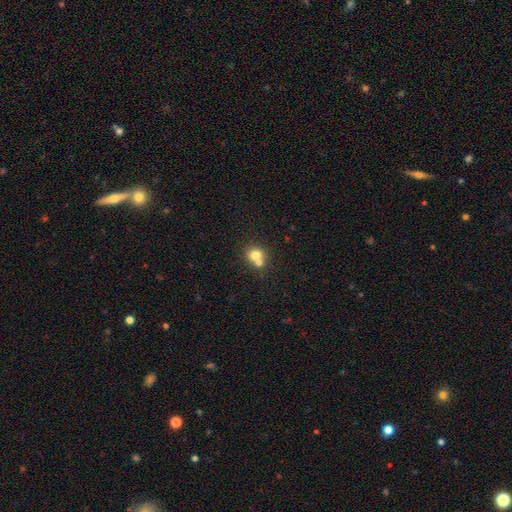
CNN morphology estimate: smooth 74%, featured or disk 14%, star or artifact 12%. Down the decision tree: how rounded — round (80%); merging — merger (52%).